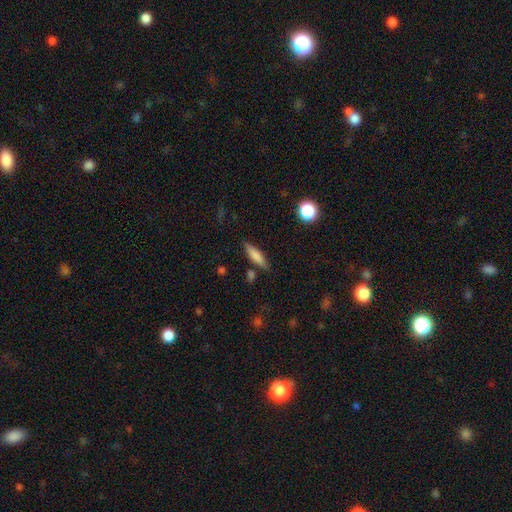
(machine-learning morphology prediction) Overall: smooth (74%). How rounded: cigar-shaped (71%). Merging: none (81%).